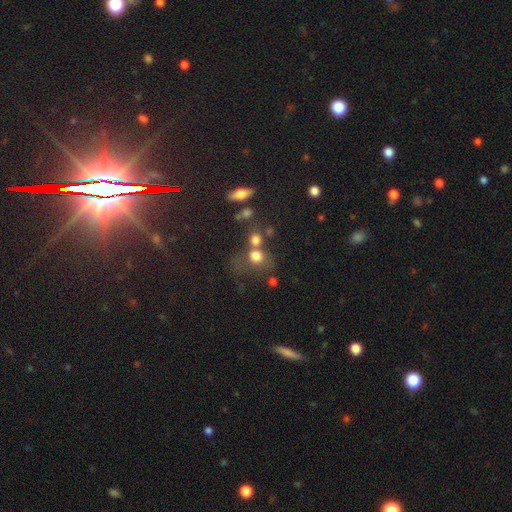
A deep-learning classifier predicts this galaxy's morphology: Q: Smooth or featured?
A: smooth (72%); runner-up: star or artifact (16%)
Q: How rounded?
A: round (71%); runner-up: in between (28%)
Q: Merging?
A: none (42%); runner-up: merger (35%)